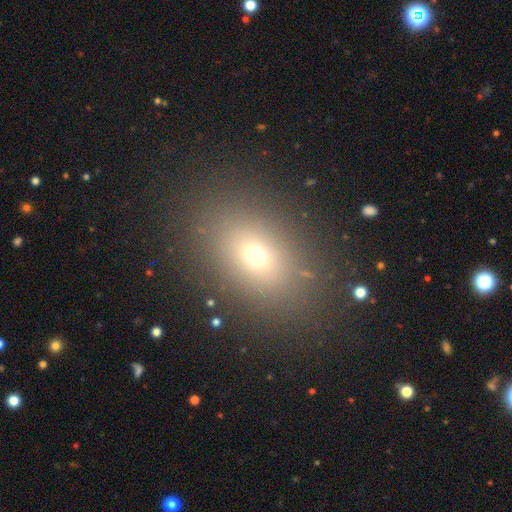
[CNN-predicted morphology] This is likely a smooth galaxy (66%). How rounded: likely in between (71%). Merging: clearly none (85%).